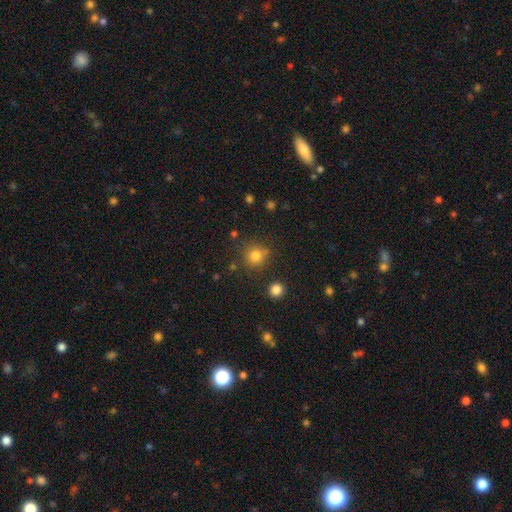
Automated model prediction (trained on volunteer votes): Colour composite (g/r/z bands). It shows a smooth galaxy with no disk features (80%) that is round (90%). Merging: none (78%).